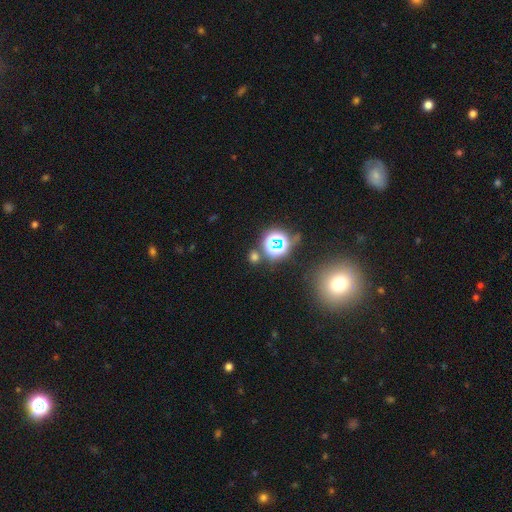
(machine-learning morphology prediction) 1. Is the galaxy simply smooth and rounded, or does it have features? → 58% star or artifact, 33% smooth, 9% featured or disk.